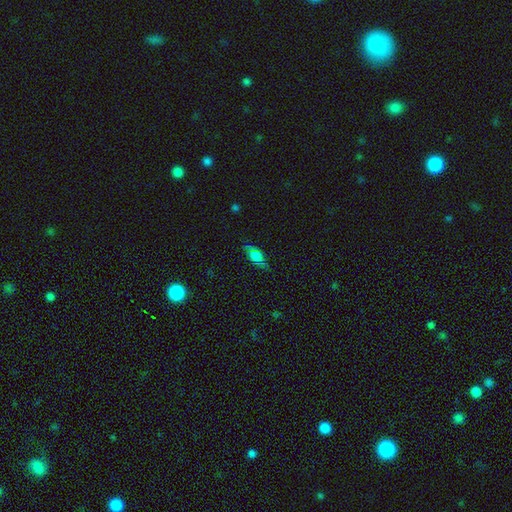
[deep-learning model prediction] Q: Smooth or featured?
A: smooth (51%); runner-up: featured or disk (39%)
Q: How rounded?
A: in between (69%); runner-up: cigar-shaped (22%)
Q: Merging?
A: none (72%); runner-up: minor disturbance (20%)